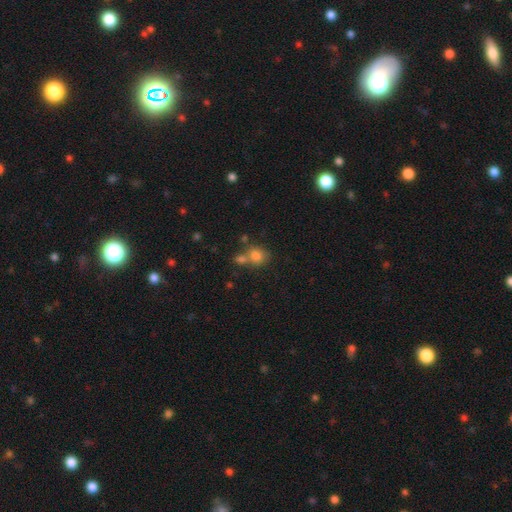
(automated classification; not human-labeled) Smooth or featured: smooth — 80% (star or artifact — 12%)
How rounded: round — 63% (in between — 35%)
Merging: none — 46% (merger — 38%)